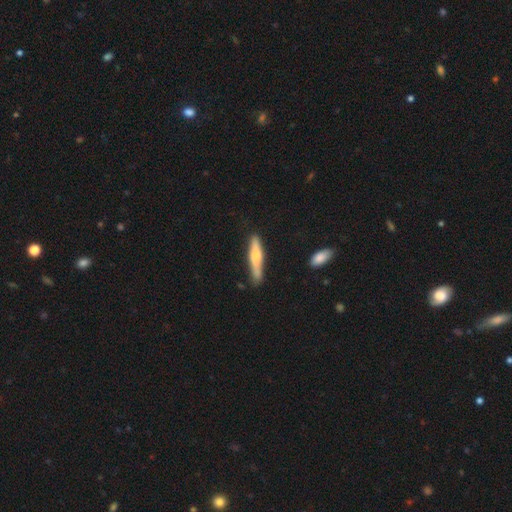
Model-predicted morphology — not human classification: Q: Smooth or featured?
A: smooth (58%); runner-up: featured or disk (37%)
Q: How rounded?
A: cigar-shaped (88%); runner-up: in between (11%)
Q: Merging?
A: none (75%); runner-up: minor disturbance (18%)